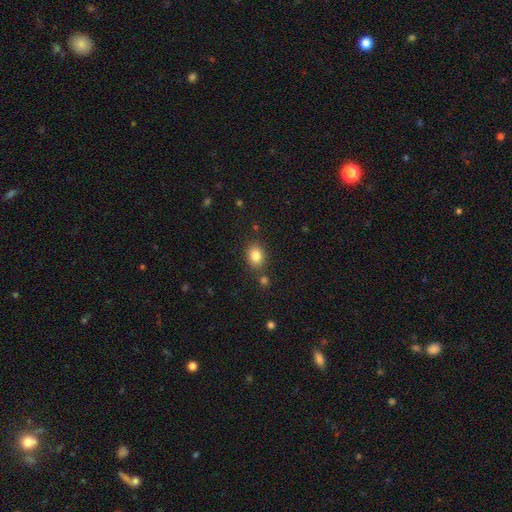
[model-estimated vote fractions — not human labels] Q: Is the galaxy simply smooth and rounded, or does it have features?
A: smooth — 84%.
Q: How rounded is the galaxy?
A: in between — 55%.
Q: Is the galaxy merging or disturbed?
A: none — 79%.